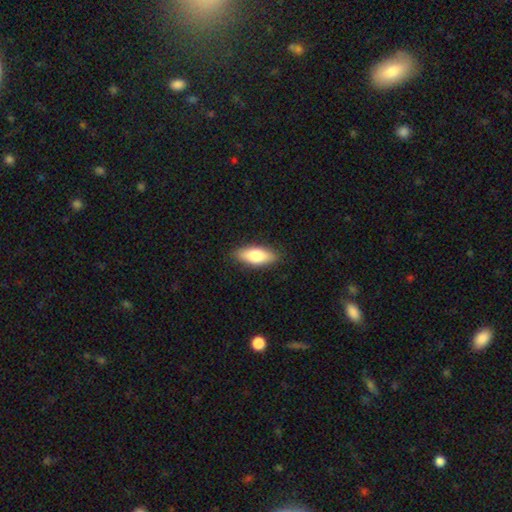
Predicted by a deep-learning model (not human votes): Morphology: type=smooth (77%); roundness=in between (77%); merging=none (88%).